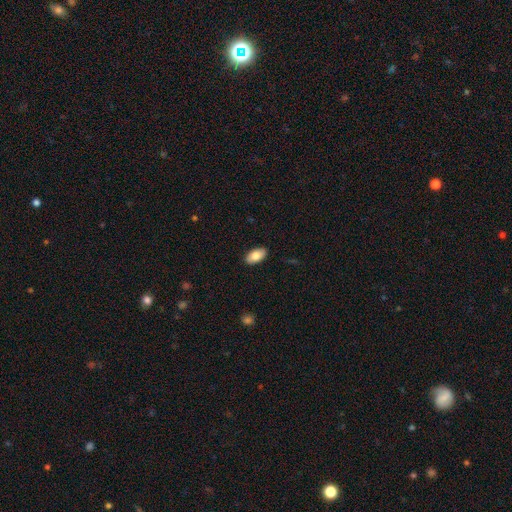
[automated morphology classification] Smooth or featured?
  - smooth: 81% *
  - featured or disk: 12%
  - star or artifact: 6%
How rounded?
  - in between: 94% *
  - round: 3%
  - cigar-shaped: 3%
Merging?
  - none: 89% *
  - minor disturbance: 8%
  - major disturbance: 2%
  - merger: 1%